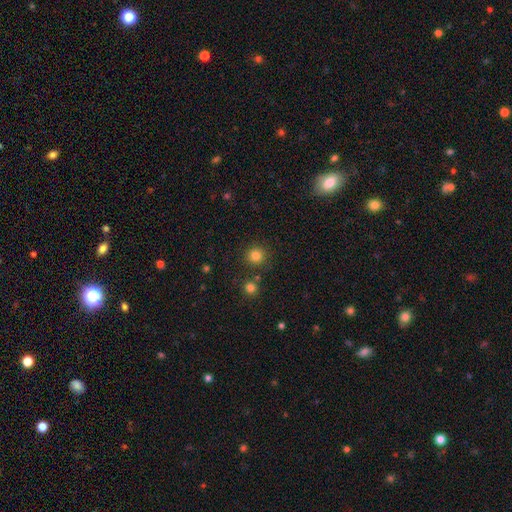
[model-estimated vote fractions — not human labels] Smooth or featured? Predicted: smooth (p=0.81). How rounded? Predicted: round (p=0.94). Merging? Predicted: none (p=0.85).